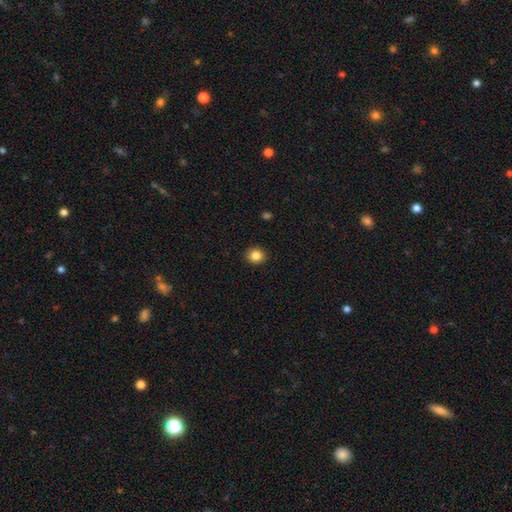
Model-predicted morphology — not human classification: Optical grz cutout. It shows a smooth galaxy with no disk features (85%) that is round (83%). Merging: none (92%).